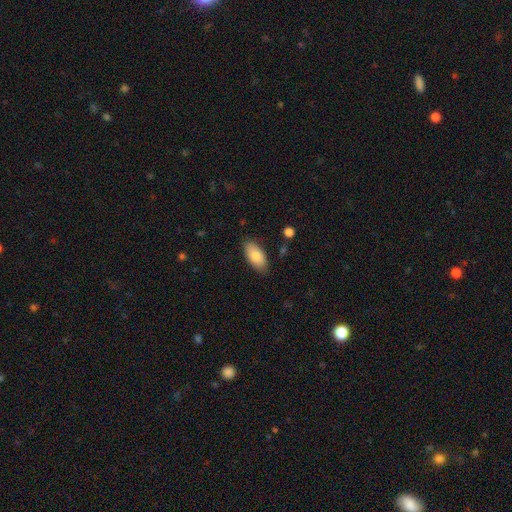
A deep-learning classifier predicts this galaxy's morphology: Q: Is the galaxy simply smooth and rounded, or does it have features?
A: smooth — 83%.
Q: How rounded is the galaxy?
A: in between — 92%.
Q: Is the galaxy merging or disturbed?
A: none — 83%.